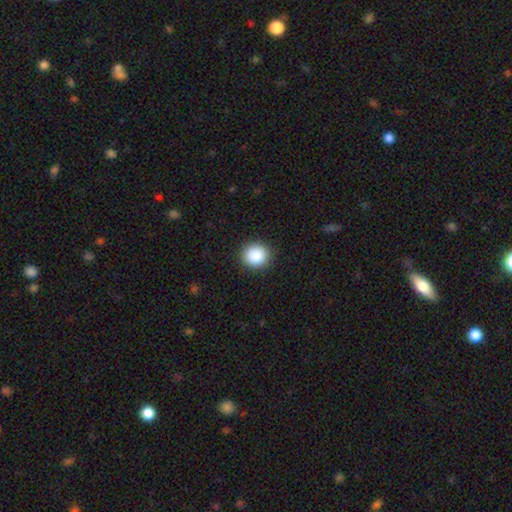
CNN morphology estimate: type=smooth (88%); roundness=round (92%); merging=none (91%).